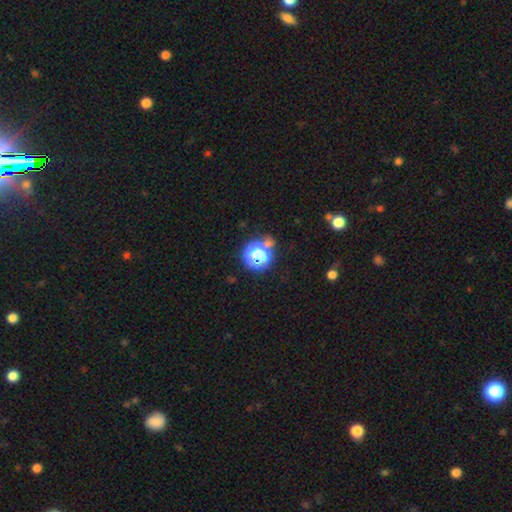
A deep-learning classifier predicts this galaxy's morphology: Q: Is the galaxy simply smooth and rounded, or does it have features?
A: star or artifact — 47%.